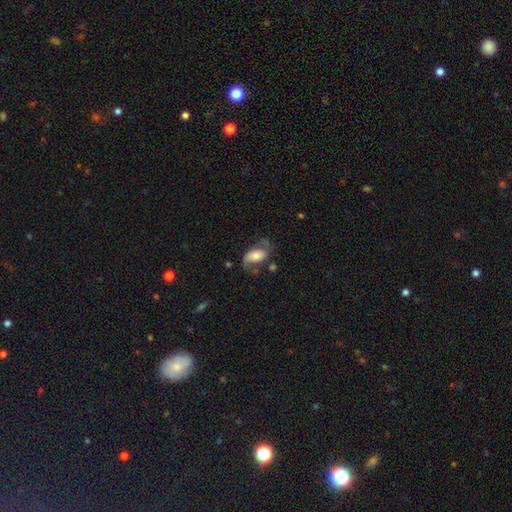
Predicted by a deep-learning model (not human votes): Smooth or featured? featured or disk (57%)
Edge-on disk? no (95%)
Bar? no (54%)
Spiral arms? yes (85%)
Bulge size? moderate (43%)
Merging? none (52%)